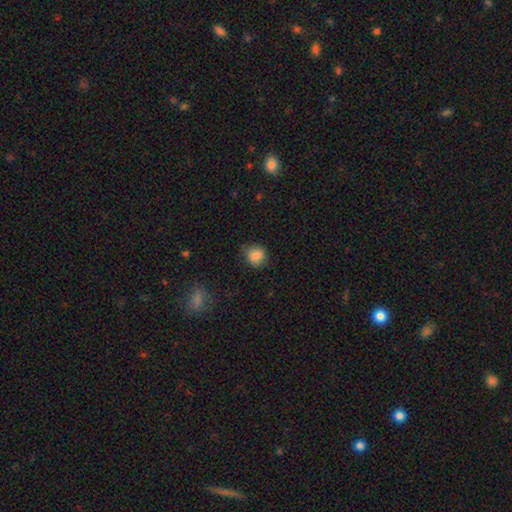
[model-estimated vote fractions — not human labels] A smooth galaxy with no disk features (86%) that is round (81%).

Vote fractions:
- Smooth or featured? smooth: 86% / star or artifact: 9% / featured or disk: 5%
- How rounded? round: 81% / in between: 18% / cigar-shaped: 1%
- Merging? none: 76% / minor disturbance: 19% / major disturbance: 4% / merger: 1%